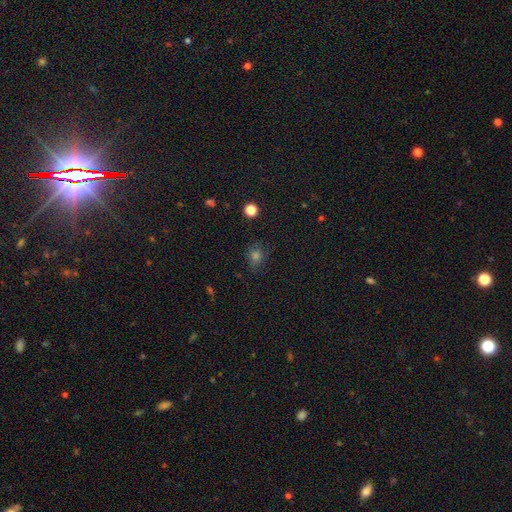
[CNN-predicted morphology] Overall: smooth (66%). How rounded: round (71%). Merging: none (77%).